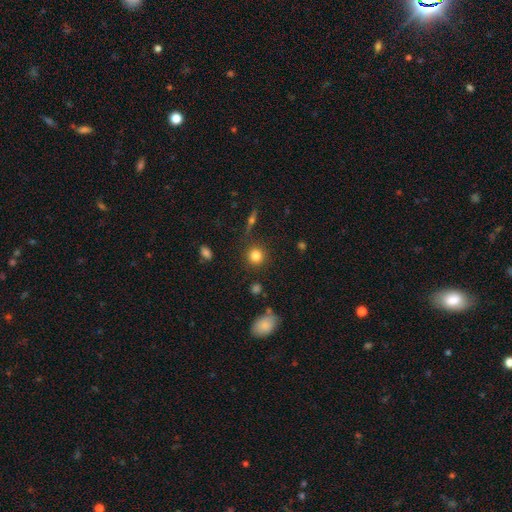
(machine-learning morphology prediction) smooth 82%, star or artifact 12%, featured or disk 7%. Down the decision tree: how rounded — round (92%); merging — none (87%).